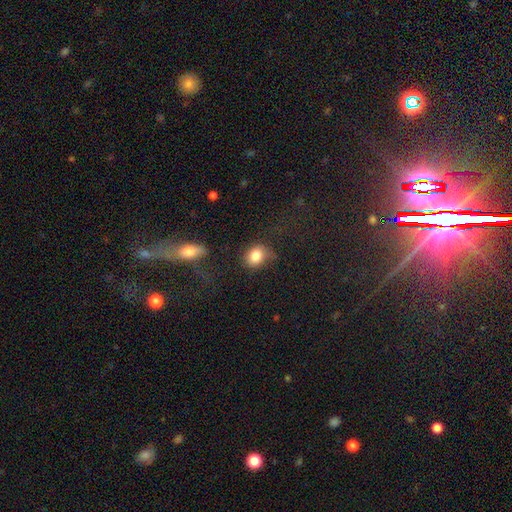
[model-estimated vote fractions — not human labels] smooth 83%, featured or disk 9%, star or artifact 9%. Down the decision tree: how rounded — in between (54%); merging — none (55%).